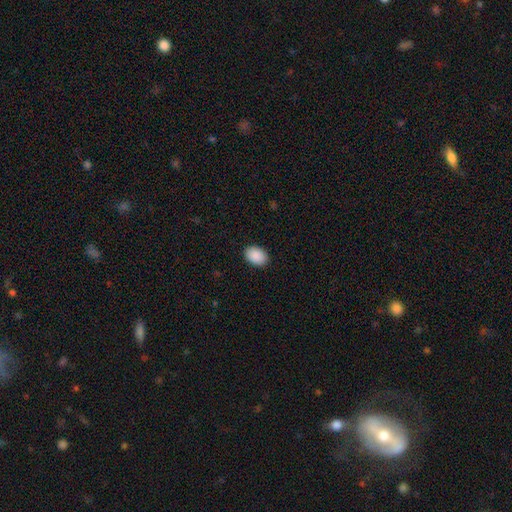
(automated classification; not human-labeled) Morphology: type=smooth (91%); roundness=in between (81%); merging=none (90%).